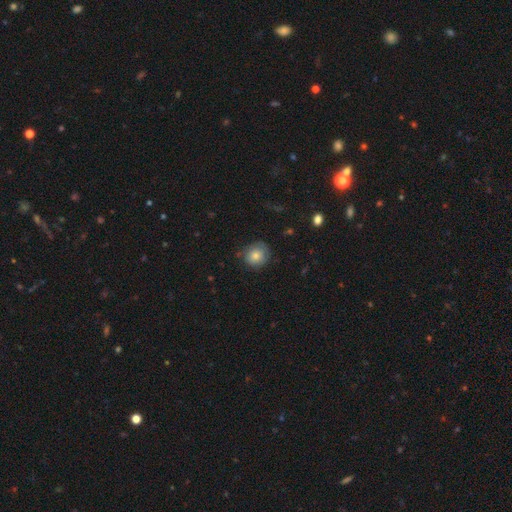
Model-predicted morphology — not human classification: A smooth galaxy with no disk features (78%) that is round (83%). Merging: none (72%).